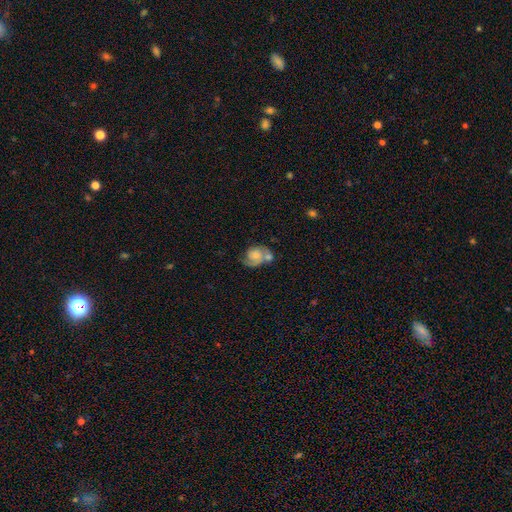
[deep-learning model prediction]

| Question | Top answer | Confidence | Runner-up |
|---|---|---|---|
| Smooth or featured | featured or disk | 53% | smooth (39%) |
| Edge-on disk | no | 97% | yes (3%) |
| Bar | no | 78% | weak (19%) |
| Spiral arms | yes | 79% | no (21%) |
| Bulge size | small | 40% | moderate (34%) |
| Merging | merger | 36% | none (30%) |